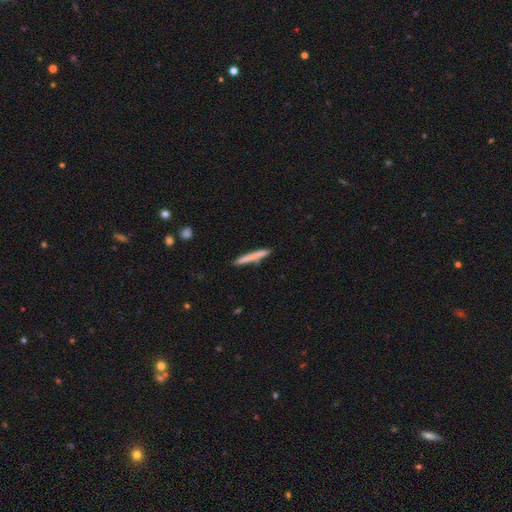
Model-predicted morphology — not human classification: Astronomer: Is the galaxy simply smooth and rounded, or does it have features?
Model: smooth — 71%.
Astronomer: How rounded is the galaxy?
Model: cigar-shaped — 96%.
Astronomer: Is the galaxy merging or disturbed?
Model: none — 85%.